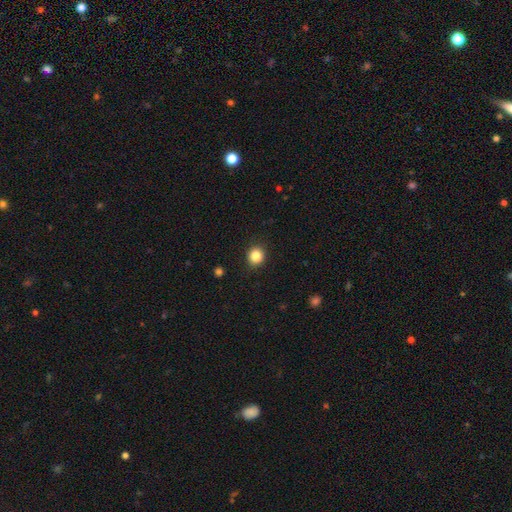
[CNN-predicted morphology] The model was most divided on "how rounded": round: 81%, in between: 18%, cigar-shaped: 1%. More confident: merging — none (90%); smooth or featured — smooth (85%).